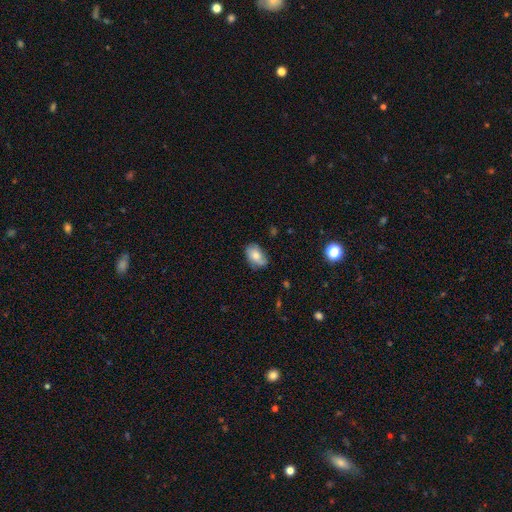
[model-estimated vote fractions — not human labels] A smooth galaxy with no disk features (71%) that is in between round and cigar-shaped (88%).

Vote fractions:
- Smooth or featured? smooth: 71% / featured or disk: 20% / star or artifact: 8%
- How rounded? in between: 88% / round: 10% / cigar-shaped: 2%
- Merging? none: 63% / minor disturbance: 29% / major disturbance: 6% / merger: 2%